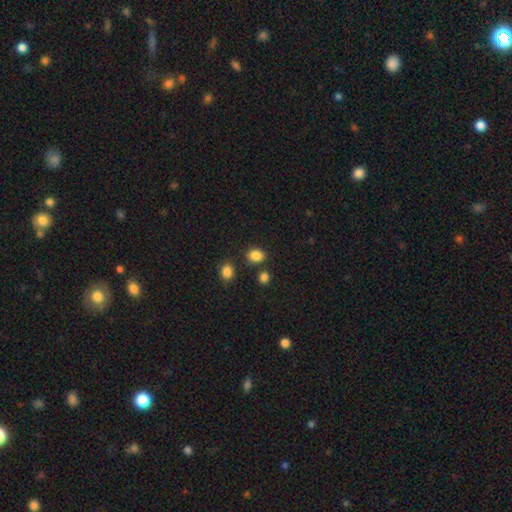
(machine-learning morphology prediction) smooth 85%, star or artifact 11%, featured or disk 4%. Down the decision tree: how rounded — in between (55%); merging — none (77%).